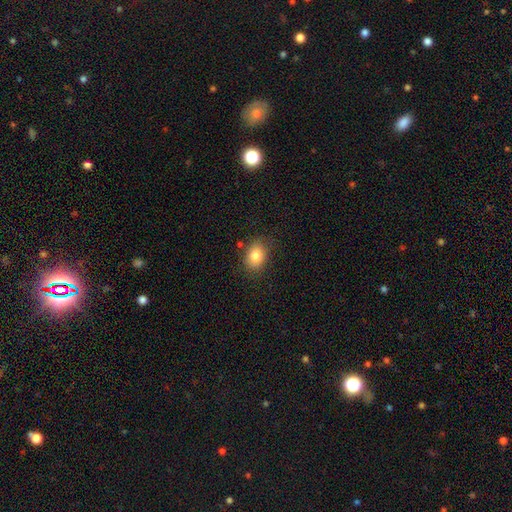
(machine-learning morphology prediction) Smooth or featured? smooth (82%)
How rounded? in between (62%)
Merging? none (77%)